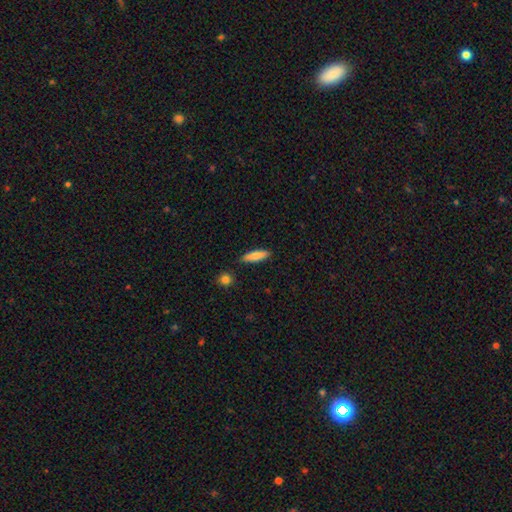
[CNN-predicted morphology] Overall: smooth (82%). How rounded: cigar-shaped (64%; in between 34%). Merging: none (87%).